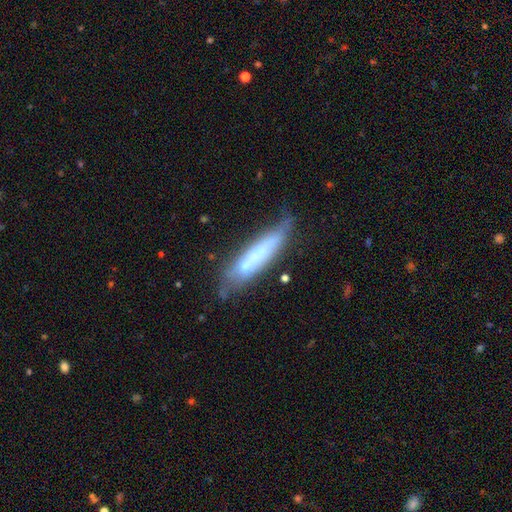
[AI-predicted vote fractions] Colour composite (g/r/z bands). It shows a smooth galaxy with no disk features (47%). Merging: none (52%).